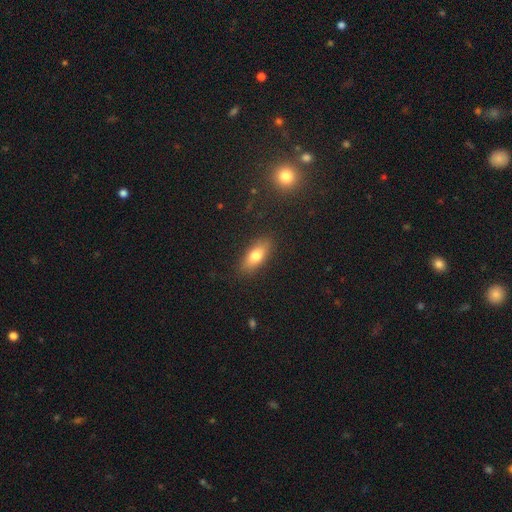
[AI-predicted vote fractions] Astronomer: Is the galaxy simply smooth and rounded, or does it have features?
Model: smooth — 74%.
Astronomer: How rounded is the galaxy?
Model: in between — 77%.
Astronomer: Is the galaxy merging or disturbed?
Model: none — 86%.